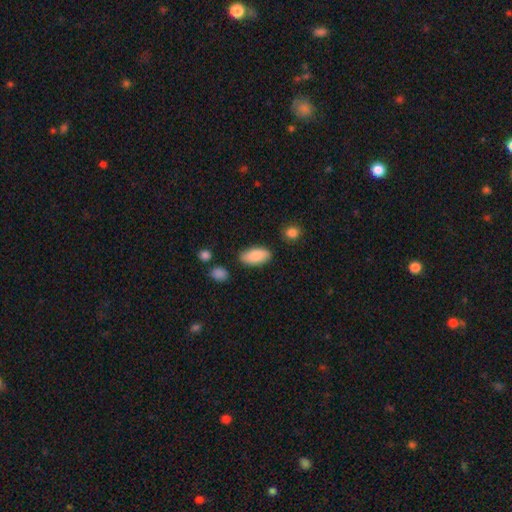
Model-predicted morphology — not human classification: type=smooth (86%); roundness=in between (91%); merging=none (83%).